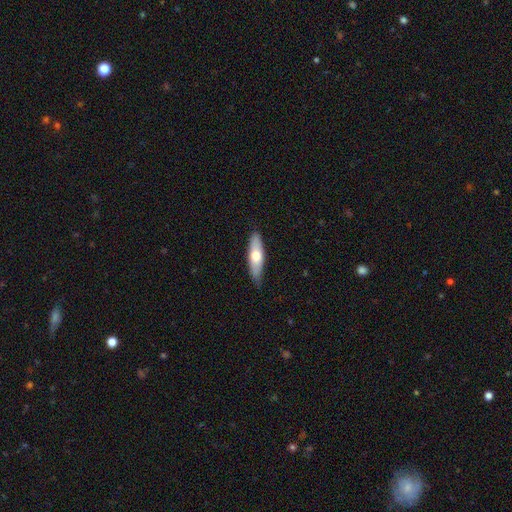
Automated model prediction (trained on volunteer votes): This is likely a smooth galaxy (60%). How rounded: possibly cigar-shaped (50%). Merging: clearly none (81%).